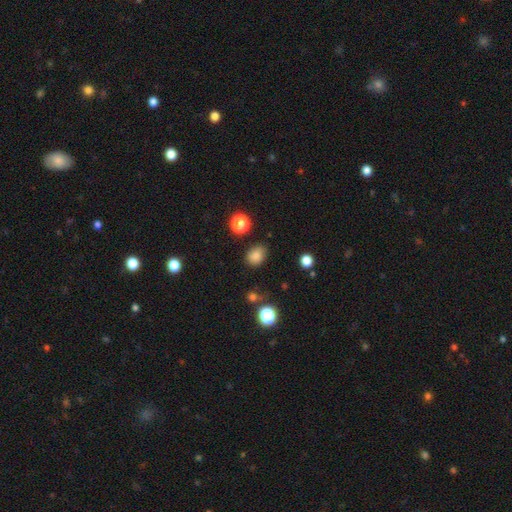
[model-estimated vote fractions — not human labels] A smooth galaxy with no disk features (81%) that is round (50%). Merging: none (72%).